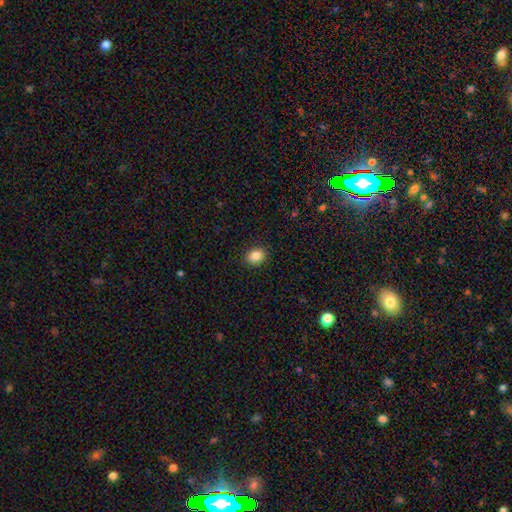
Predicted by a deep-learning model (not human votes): Smooth or featured?
  - smooth: 86% *
  - star or artifact: 9%
  - featured or disk: 4%
How rounded?
  - in between: 54% *
  - round: 45%
  - cigar-shaped: 1%
Merging?
  - none: 90% *
  - minor disturbance: 7%
  - major disturbance: 2%
  - merger: 1%